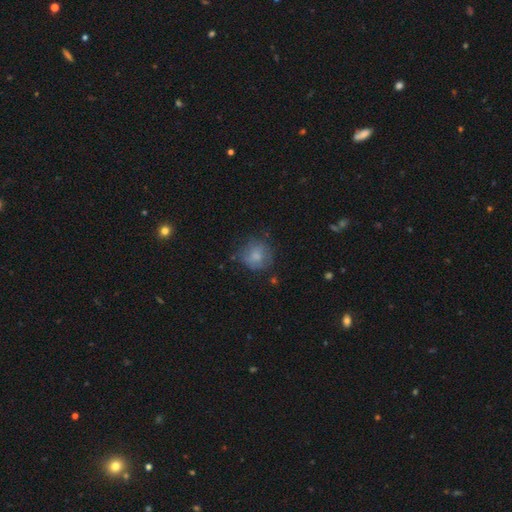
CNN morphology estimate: A smooth galaxy with no disk features (70%) that is round (82%). Merging: none (61%).